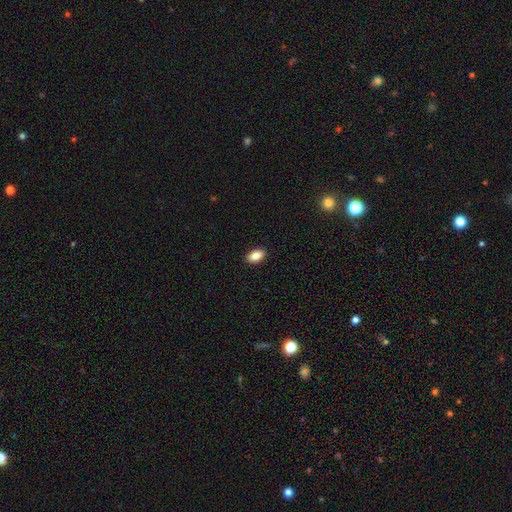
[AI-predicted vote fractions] Q: Smooth or featured?
A: smooth (86%); runner-up: star or artifact (8%)
Q: How rounded?
A: in between (91%); runner-up: round (6%)
Q: Merging?
A: none (91%); runner-up: minor disturbance (7%)